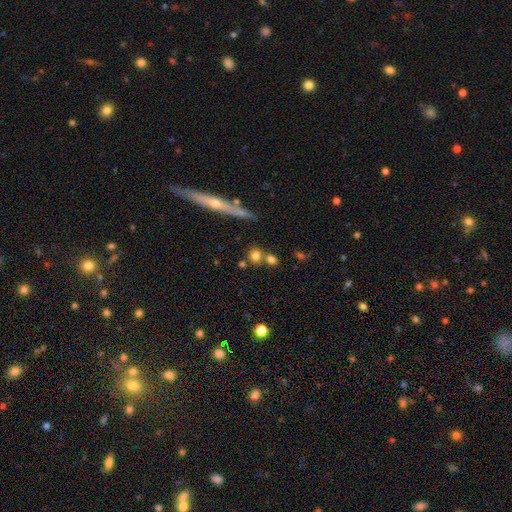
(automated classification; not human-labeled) smooth-or-featured: smooth: 73% | featured or disk: 15% | star or artifact: 12%
  how-rounded: round: 75% | in between: 19% | cigar-shaped: 6%
  merging: none: 60% | merger: 27% | minor disturbance: 9% | major disturbance: 3%